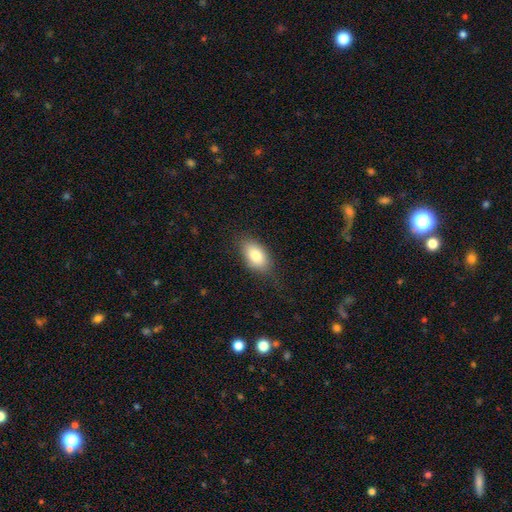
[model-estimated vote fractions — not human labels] Morphology: type=smooth (80%); roundness=in between (90%); merging=none (79%).